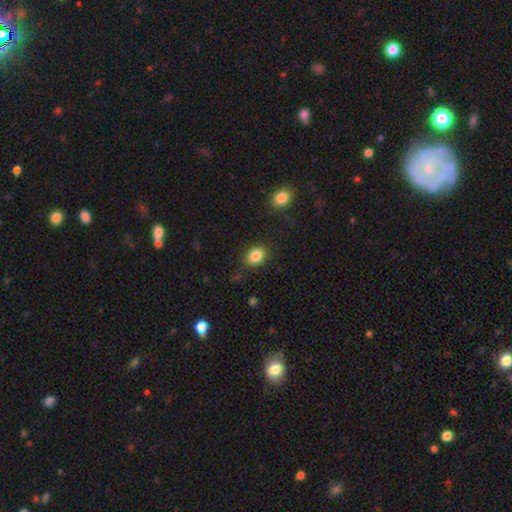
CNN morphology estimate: Smooth or featured: smooth — 85% (star or artifact — 9%)
How rounded: in between — 68% (round — 30%)
Merging: none — 81% (minor disturbance — 14%)